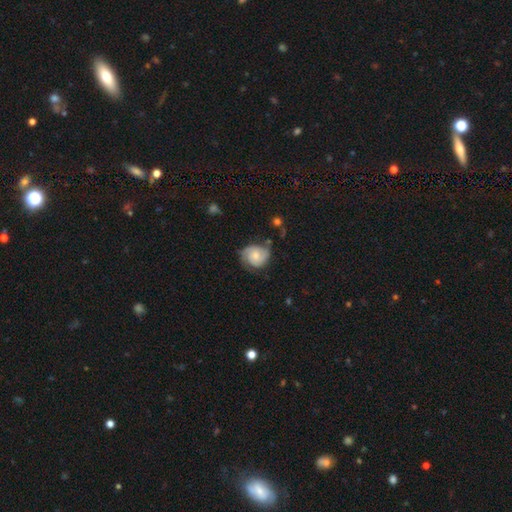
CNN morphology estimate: smooth-or-featured: featured or disk: 66% | smooth: 28% | star or artifact: 7%
  disk-edge-on: no: 98% | yes: 2%
    bar: no: 69% | weak: 27% | strong: 4%
    has-spiral-arms: yes: 93% | no: 7%
      spiral-winding: tight: 49% | medium: 38% | loose: 12%
      spiral-arm-count: 2: 68% | can't tell: 13% | 3: 12% | 1: 4% | 4: 2% | more than 4: 2%
    bulge-size: moderate: 46% | small: 43% | none: 6% | large: 4% | dominant: 1%
  merging: none: 62% | minor disturbance: 27% | major disturbance: 9% | merger: 2%